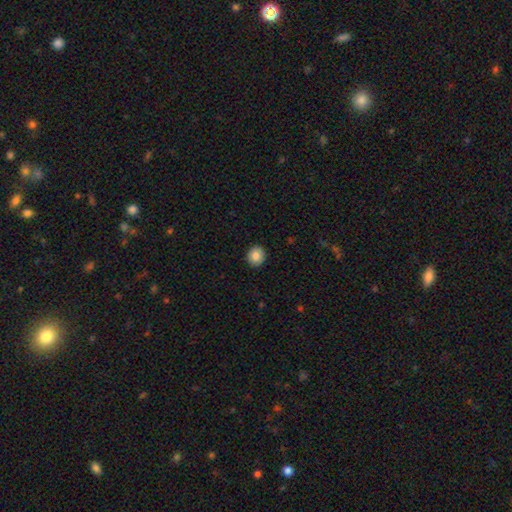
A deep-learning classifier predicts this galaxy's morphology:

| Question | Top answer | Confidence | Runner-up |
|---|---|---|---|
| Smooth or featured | smooth | 85% | star or artifact (8%) |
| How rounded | round | 83% | in between (16%) |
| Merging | none | 91% | minor disturbance (6%) |